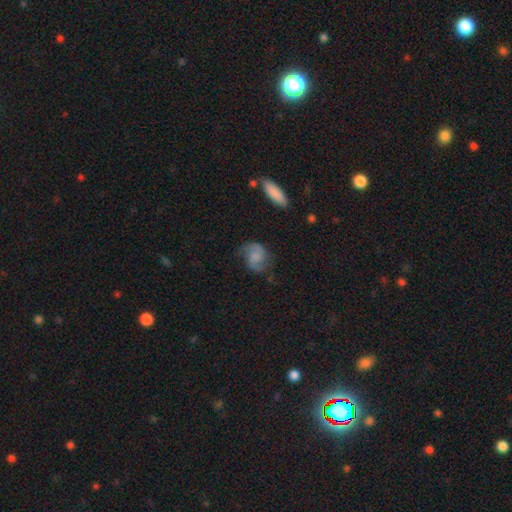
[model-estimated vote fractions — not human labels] The model was most divided on "spiral winding": medium: 48%, loose: 31%, tight: 21%. Remaining: edge-on disk — no (97%); spiral arms — yes (94%); spiral arm count — 2 (86%); smooth or featured — featured or disk (65%); bar — no (64%); merging — none (62%); bulge size — none (45%).